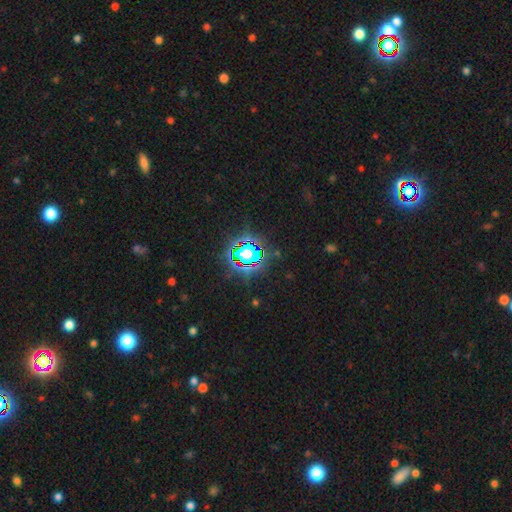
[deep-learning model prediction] This appears to be a star or artifact, not a galaxy (81%).